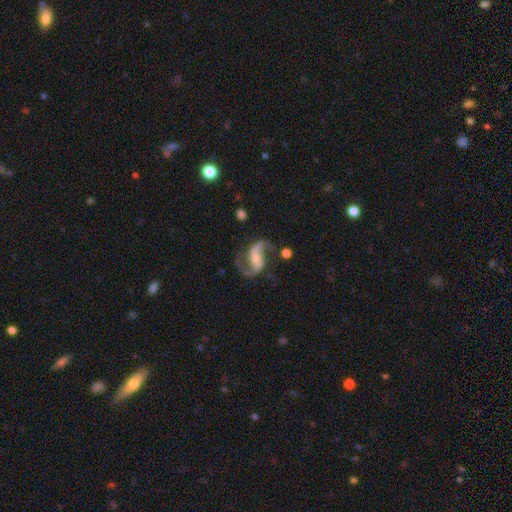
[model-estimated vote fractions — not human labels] A featured or disk galaxy (89%) with a weak bar (37%), 2 (91%) loose (59%) spiral arms (97%) and a small central bulge (53%).

Vote fractions:
- Smooth or featured? featured or disk: 89% / smooth: 6% / star or artifact: 5%
- Edge-on disk? no: 97% / yes: 3%
- Bar? weak: 37% / strong: 34% / no: 29%
- Spiral arms? yes: 97% / no: 3%
- Spiral winding? loose: 59% / medium: 35% / tight: 7%
- Spiral arm count? 2: 91% / 1: 4% / can't tell: 2% / 3: 1% / 4: 1% / more than 4: 1%
- Bulge size? small: 53% / moderate: 31% / none: 11% / large: 4% / dominant: 1%
- Merging? none: 66% / minor disturbance: 16% / major disturbance: 14% / merger: 4%